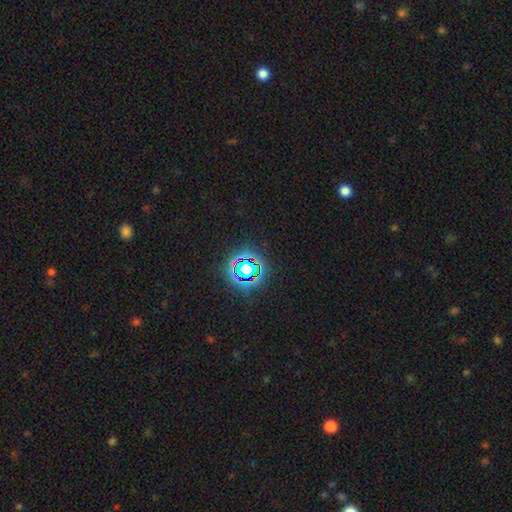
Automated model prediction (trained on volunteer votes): This is clearly a star or artifact rather than a galaxy (80%).